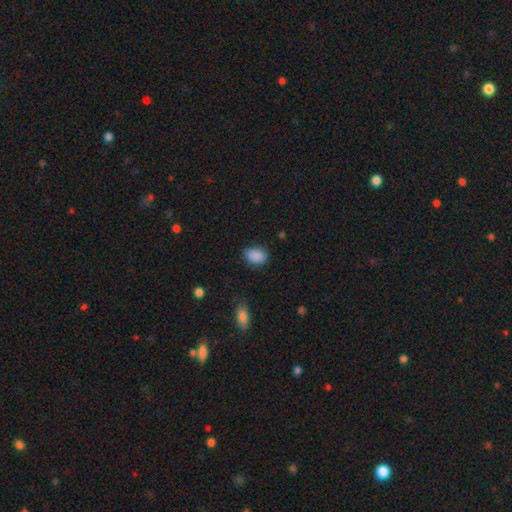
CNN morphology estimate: smooth-or-featured: smooth: 89% | star or artifact: 8% | featured or disk: 3%
  how-rounded: in between: 80% | round: 19% | cigar-shaped: 1%
  merging: none: 81% | minor disturbance: 14% | major disturbance: 3% | merger: 1%